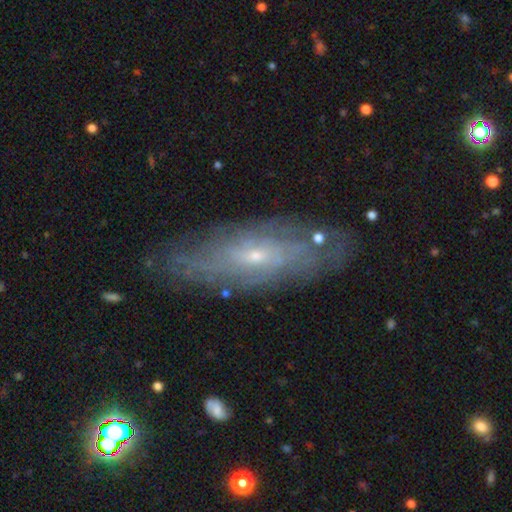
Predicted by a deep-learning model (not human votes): smooth_or_featured: featured or disk (p=0.70) [alt: smooth p=0.21]
disk_edge_on: no (p=0.72) [alt: yes p=0.28]
bar: no (p=0.68) [alt: weak p=0.26]
has_spiral_arms: yes (p=0.71) [alt: no p=0.29]
bulge_size: small (p=0.76) [alt: moderate p=0.20]
merging: none (p=0.79) [alt: minor disturbance p=0.15]